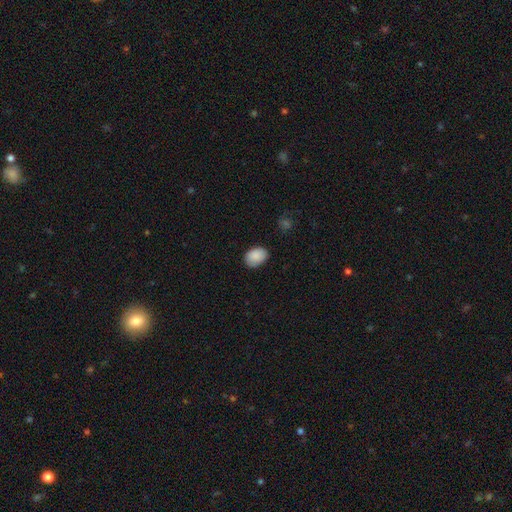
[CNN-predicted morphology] Smooth or featured?
  - smooth: 88% *
  - star or artifact: 7%
  - featured or disk: 4%
How rounded?
  - in between: 77% *
  - round: 23%
  - cigar-shaped: 1%
Merging?
  - none: 77% *
  - minor disturbance: 19%
  - major disturbance: 3%
  - merger: 1%